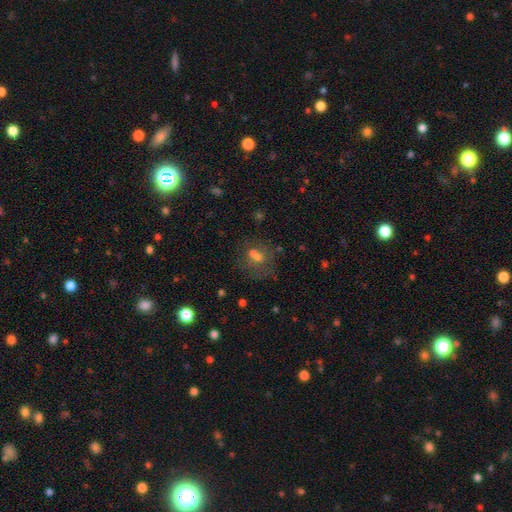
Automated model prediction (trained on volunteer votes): Q: Smooth or featured?
A: smooth (50%); runner-up: star or artifact (27%)
Q: How rounded?
A: round (65%); runner-up: in between (33%)
Q: Merging?
A: none (47%); runner-up: merger (31%)